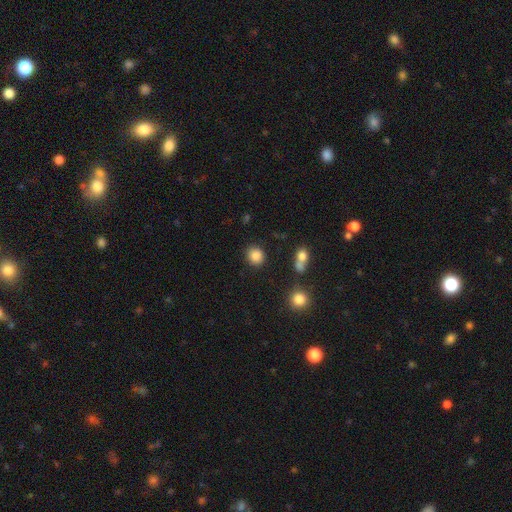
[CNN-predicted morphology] Smooth or featured? Predicted: smooth (p=0.86). How rounded? Predicted: round (p=0.82). Merging? Predicted: none (p=0.85).